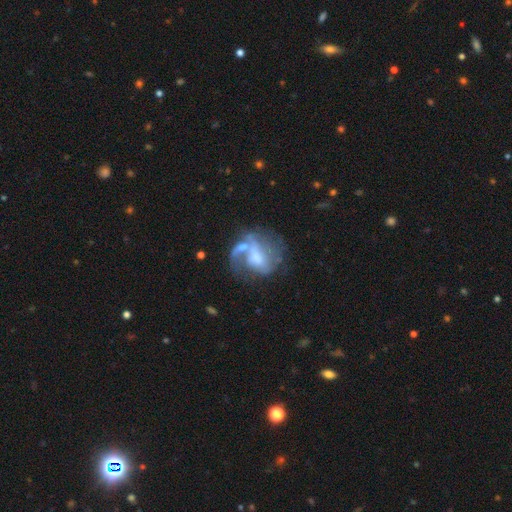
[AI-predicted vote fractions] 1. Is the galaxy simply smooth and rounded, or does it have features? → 66% featured or disk, 25% smooth, 9% star or artifact.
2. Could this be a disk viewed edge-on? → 97% no, 3% yes.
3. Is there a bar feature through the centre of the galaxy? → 47% no, 37% weak, 16% strong.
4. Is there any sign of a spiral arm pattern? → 59% yes, 41% no.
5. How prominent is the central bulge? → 36% moderate, 26% none, 24% small, 12% large, 2% dominant.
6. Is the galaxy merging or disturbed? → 31% major disturbance, 30% none, 23% merger, 16% minor disturbance.